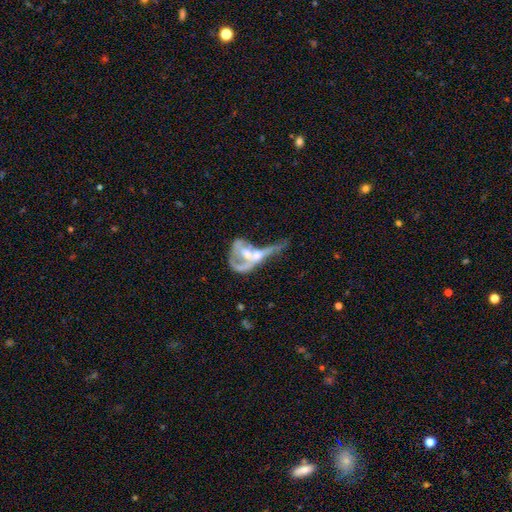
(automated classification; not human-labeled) featured or disk 42%, star or artifact 30%, smooth 28%. Down the decision tree: merging — merger (39%).